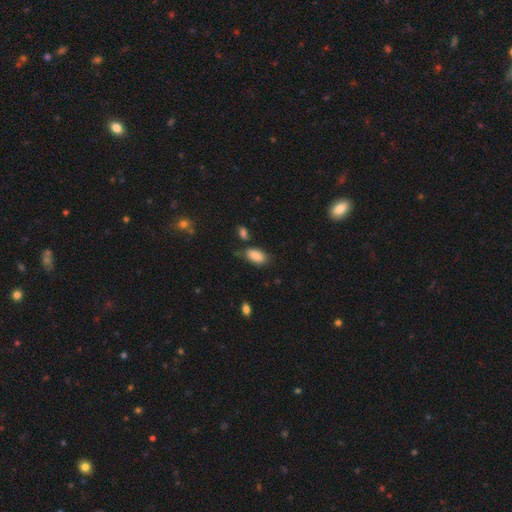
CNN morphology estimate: Smooth or featured?
  - smooth: 87% *
  - star or artifact: 7%
  - featured or disk: 6%
How rounded?
  - in between: 93% *
  - round: 4%
  - cigar-shaped: 4%
Merging?
  - none: 66% *
  - minor disturbance: 22%
  - merger: 6%
  - major disturbance: 6%